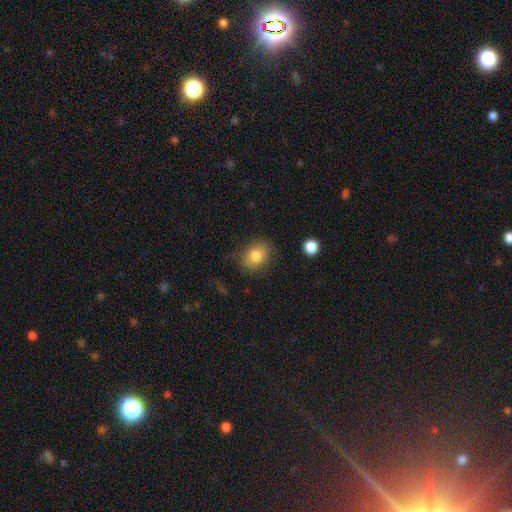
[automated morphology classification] Overall: smooth (81%). How rounded: in between (62%; round 37%). Merging: none (77%).